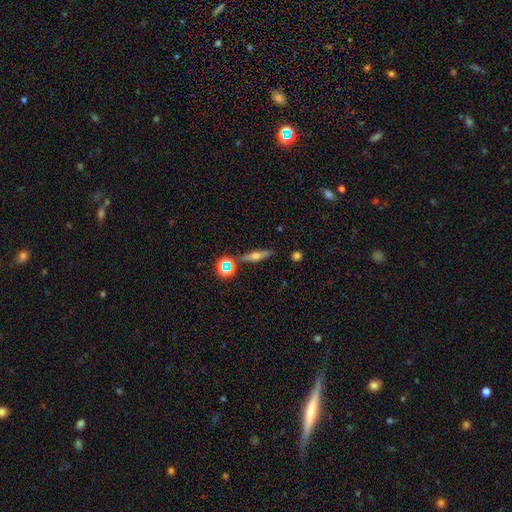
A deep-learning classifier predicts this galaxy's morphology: type=featured or disk (54%); edge-on=yes (93%); edge-on bulge=rounded (91%); merging=none (83%).